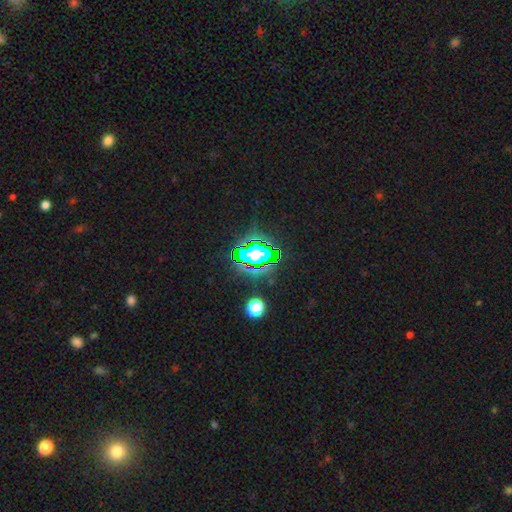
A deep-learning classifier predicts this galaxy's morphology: A star or artifact, not a galaxy (64%).